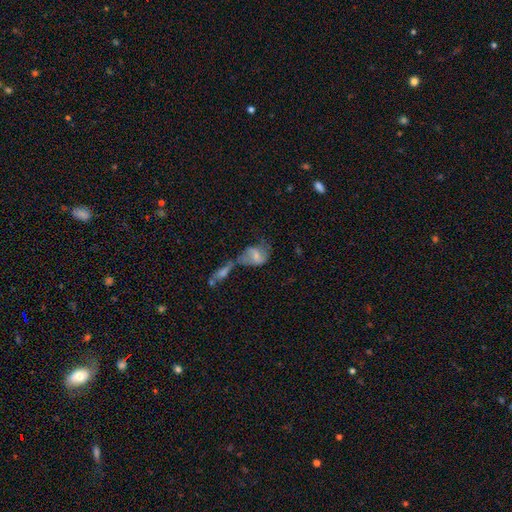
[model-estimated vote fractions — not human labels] Overall: smooth (49%; featured or disk 42%). Merging: merger (47%; none 21%).